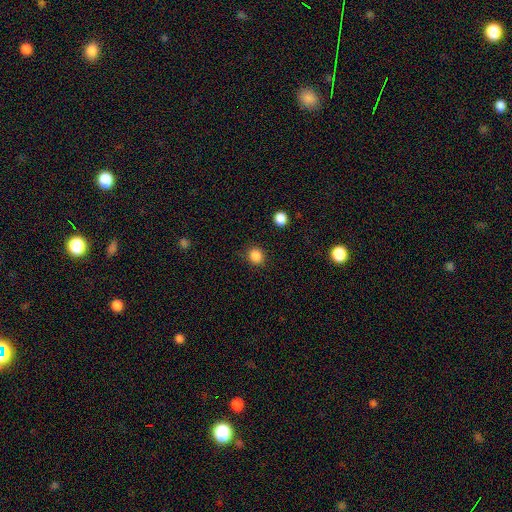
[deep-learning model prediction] Smooth or featured: smooth — 86% (star or artifact — 11%)
How rounded: round — 80% (in between — 19%)
Merging: none — 86% (minor disturbance — 9%)